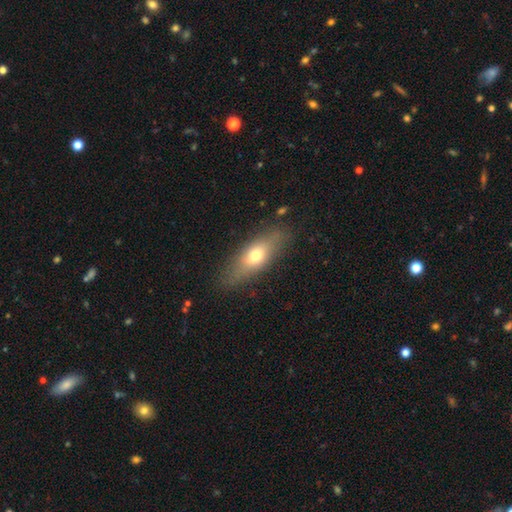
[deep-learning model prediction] Smooth or featured: smooth — 64% (featured or disk — 28%)
How rounded: in between — 65% (cigar-shaped — 29%)
Merging: none — 81% (minor disturbance — 13%)